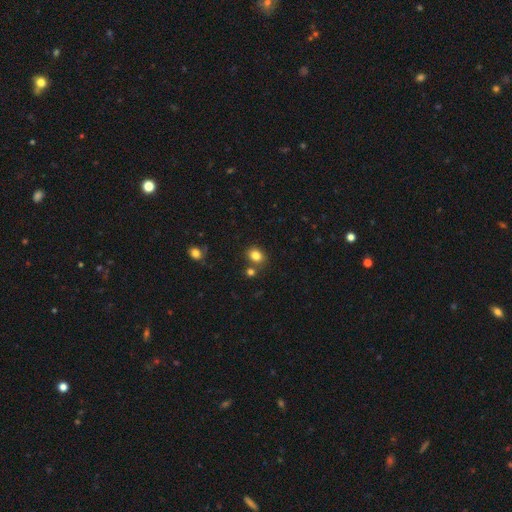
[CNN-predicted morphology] This is clearly a smooth galaxy (82%). How rounded: possibly round (56%). Merging: likely none (74%).